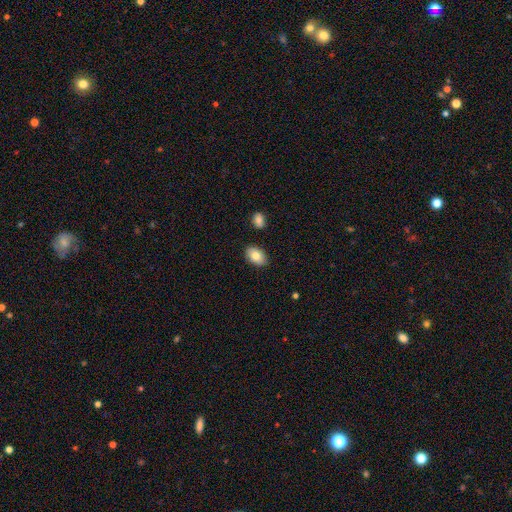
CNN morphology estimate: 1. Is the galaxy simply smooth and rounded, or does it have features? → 83% smooth, 10% featured or disk, 7% star or artifact.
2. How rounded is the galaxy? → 90% in between, 9% round, 1% cigar-shaped.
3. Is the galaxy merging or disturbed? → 86% none, 10% minor disturbance, 2% merger, 2% major disturbance.